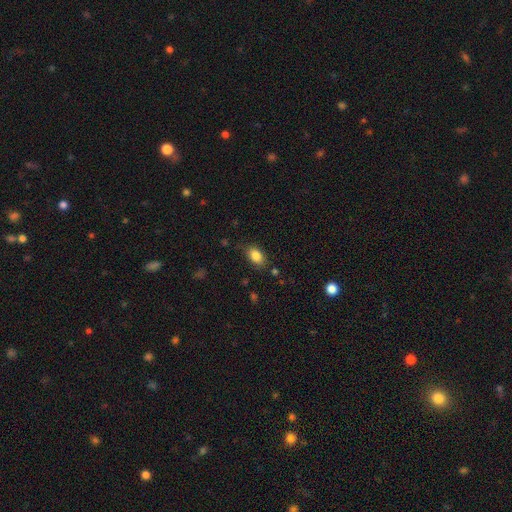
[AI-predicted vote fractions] This is clearly a smooth galaxy (85%). How rounded: clearly in between (86%). Merging: likely none (78%).